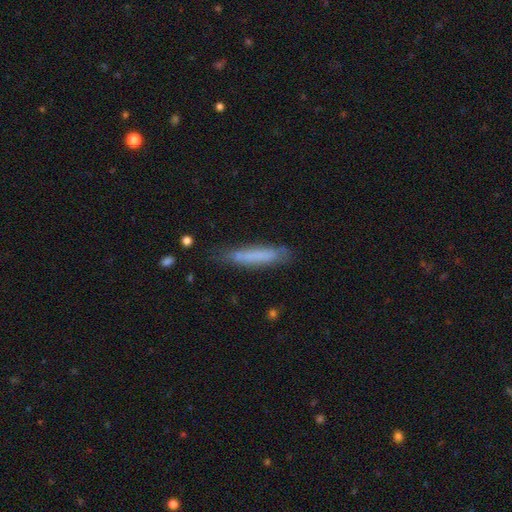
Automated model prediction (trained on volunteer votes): The model was most divided on "smooth or featured": smooth: 67%, featured or disk: 25%, star or artifact: 8%. More confident: how rounded — cigar-shaped (90%); merging — none (71%).